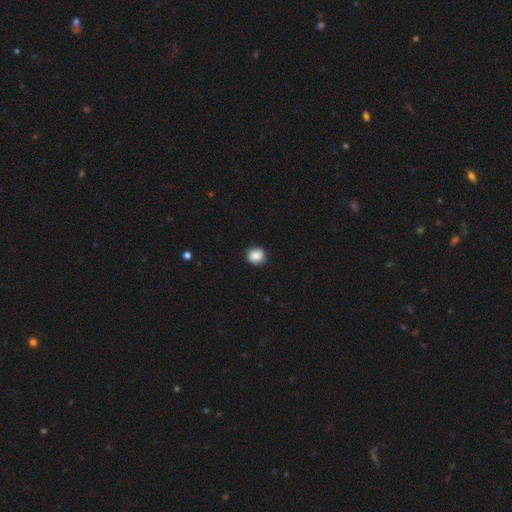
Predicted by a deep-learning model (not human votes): smooth 87%, star or artifact 9%, featured or disk 4%. Down the decision tree: how rounded — round (88%); merging — none (90%).